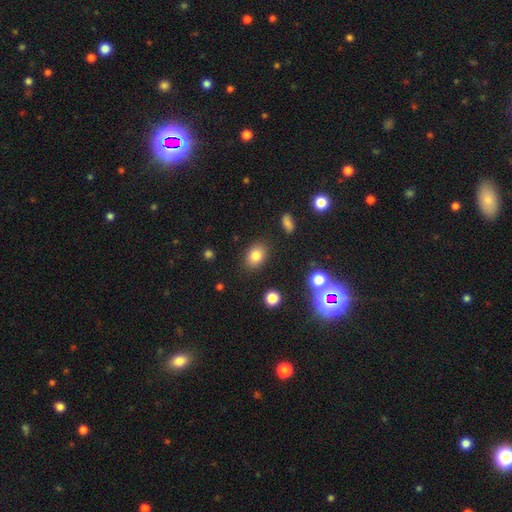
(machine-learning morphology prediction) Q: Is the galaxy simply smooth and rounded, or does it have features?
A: smooth — 80%.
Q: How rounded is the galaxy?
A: in between — 68%.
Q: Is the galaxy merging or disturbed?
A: none — 85%.